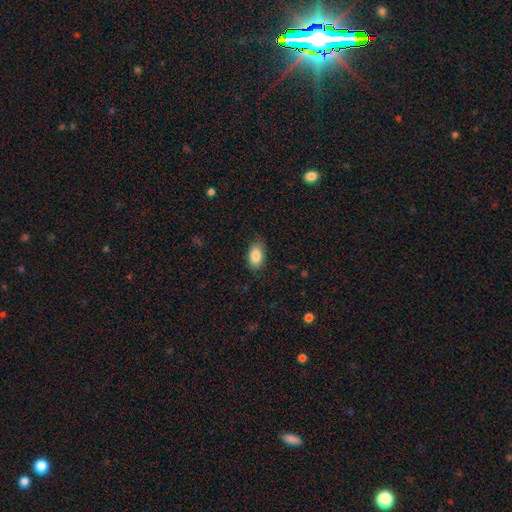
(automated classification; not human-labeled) A smooth galaxy with no disk features (87%) that is in between round and cigar-shaped (91%). Merging: none (82%).